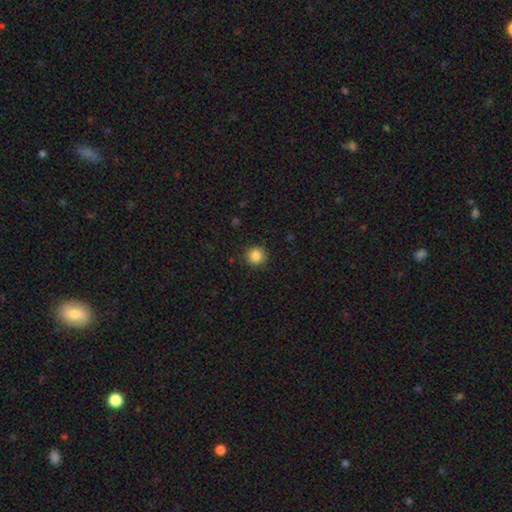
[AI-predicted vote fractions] Morphology: type=smooth (85%); roundness=round (92%); merging=none (89%).